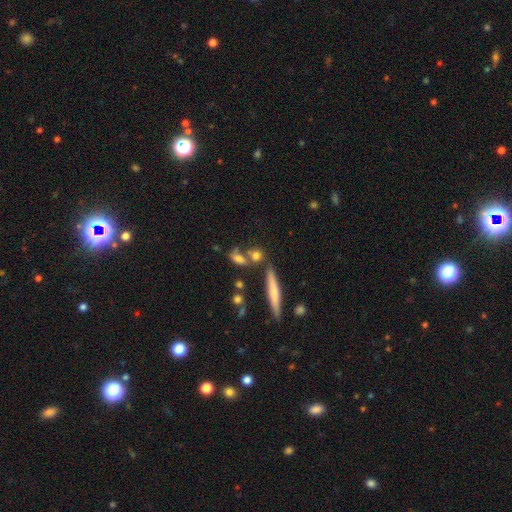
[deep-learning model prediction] Smooth or featured?
  - smooth: 71% *
  - featured or disk: 18%
  - star or artifact: 11%
How rounded?
  - round: 42% *
  - in between: 34%
  - cigar-shaped: 24%
Merging?
  - none: 56% *
  - merger: 25%
  - minor disturbance: 13%
  - major disturbance: 6%